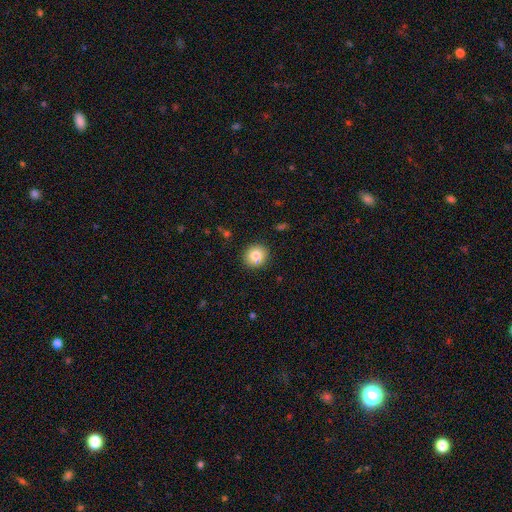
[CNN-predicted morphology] A smooth galaxy with no disk features (81%) that is round (87%). Merging: none (89%).